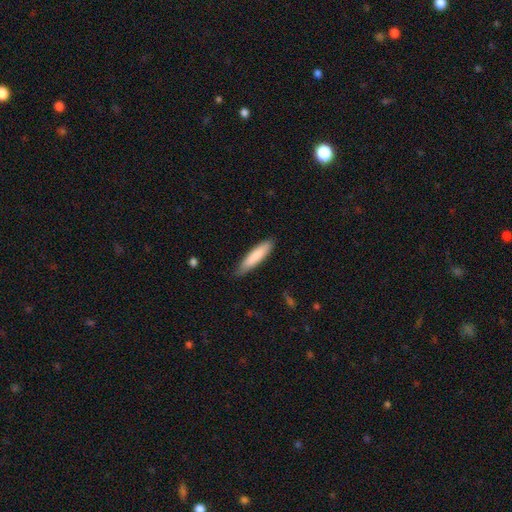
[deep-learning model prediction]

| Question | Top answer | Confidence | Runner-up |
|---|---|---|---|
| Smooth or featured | smooth | 83% | featured or disk (12%) |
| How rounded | cigar-shaped | 79% | in between (19%) |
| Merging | none | 80% | minor disturbance (16%) |